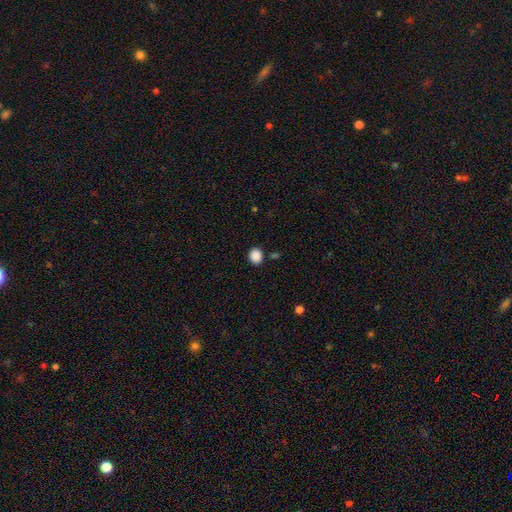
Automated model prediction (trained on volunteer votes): Overall: smooth (88%). How rounded: round (76%). Merging: none (86%).